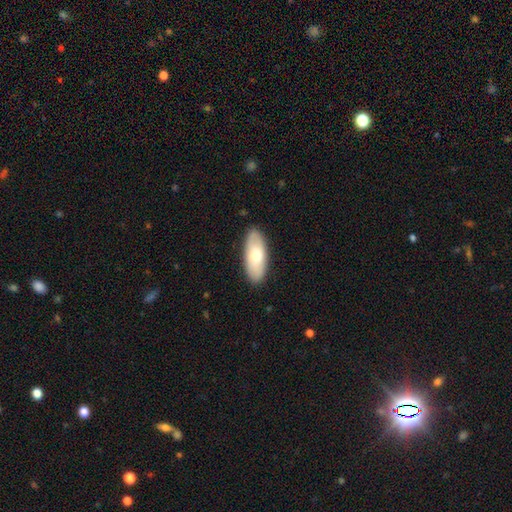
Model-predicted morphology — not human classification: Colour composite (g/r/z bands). It shows a smooth galaxy with no disk features (73%) that is in between round and cigar-shaped (81%). Merging: none (88%).